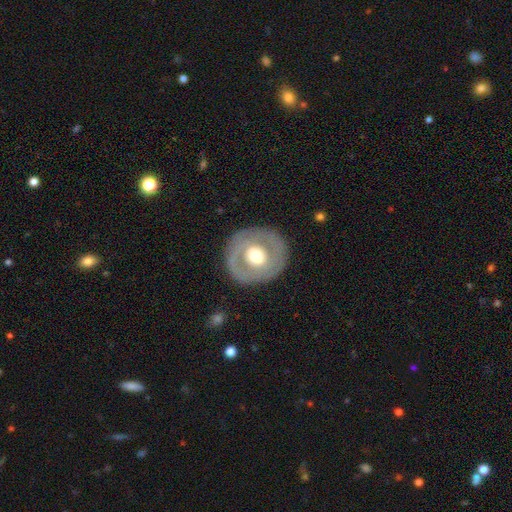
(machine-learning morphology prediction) The model was most divided on "smooth or featured": featured or disk: 55%, smooth: 39%, star or artifact: 6%. More confident: edge-on disk — no (95%); merging — none (84%); spiral arms — no (79%); bar — no (74%); bulge size — moderate (60%).